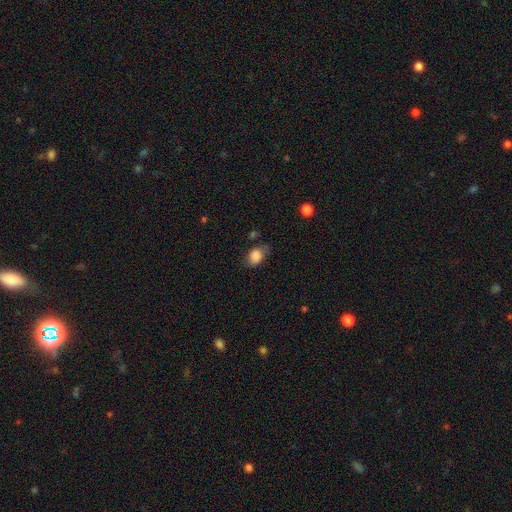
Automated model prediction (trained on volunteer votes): Smooth or featured: smooth — 83% (star or artifact — 8%)
How rounded: in between — 70% (round — 29%)
Merging: none — 61% (minor disturbance — 28%)